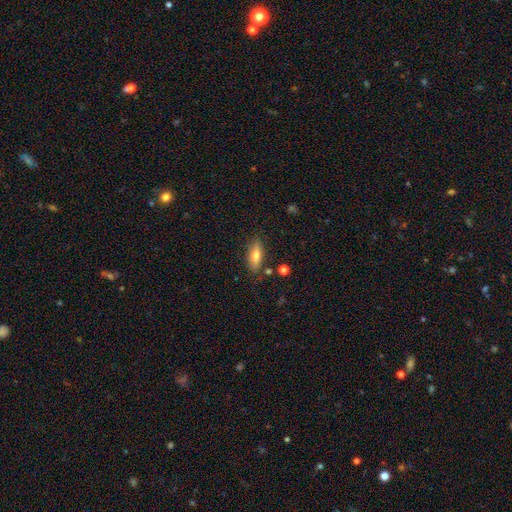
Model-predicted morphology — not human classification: Smooth or featured? smooth (67%)
How rounded? in between (62%)
Merging? none (81%)